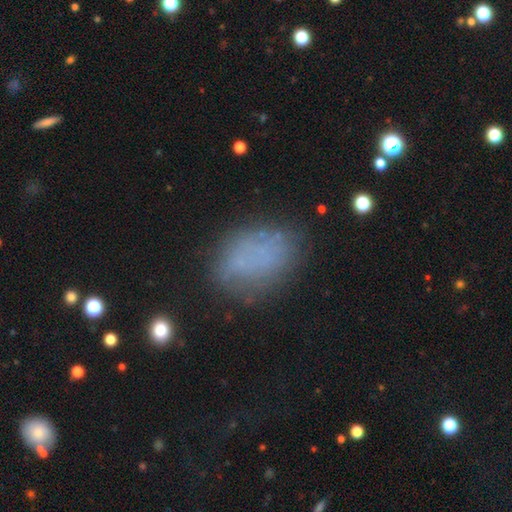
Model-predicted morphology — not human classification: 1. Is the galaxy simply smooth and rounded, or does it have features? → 70% smooth, 15% featured or disk, 15% star or artifact.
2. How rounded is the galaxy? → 84% in between, 15% round, 2% cigar-shaped.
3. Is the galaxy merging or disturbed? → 70% none, 18% minor disturbance, 9% major disturbance, 3% merger.